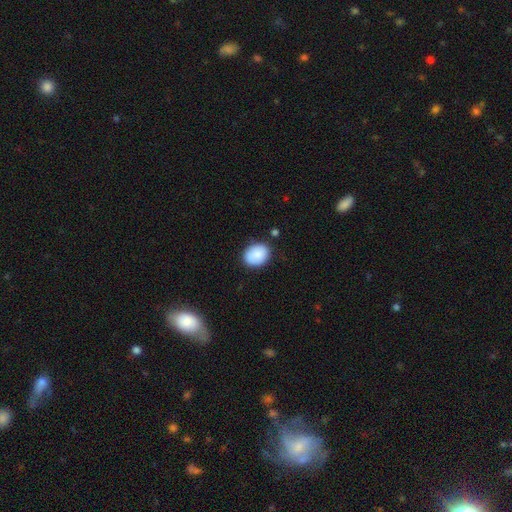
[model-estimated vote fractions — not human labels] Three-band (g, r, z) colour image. It shows a smooth galaxy with no disk features (88%) that is in between round and cigar-shaped (59%). Merging: none (81%).